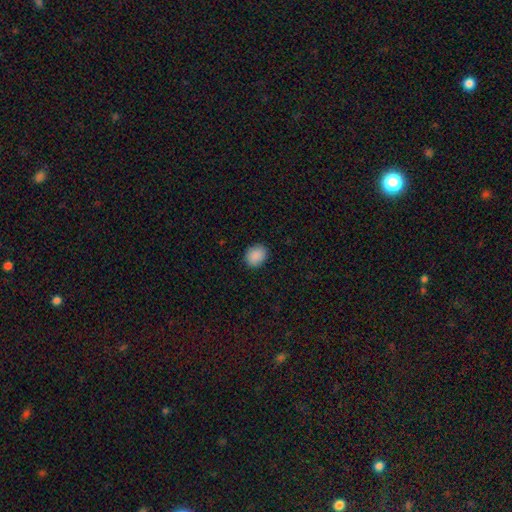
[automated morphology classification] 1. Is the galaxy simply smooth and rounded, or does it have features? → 89% smooth, 8% star or artifact, 3% featured or disk.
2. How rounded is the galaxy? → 58% round, 41% in between, 1% cigar-shaped.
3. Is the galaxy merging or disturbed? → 88% none, 9% minor disturbance, 2% major disturbance, 1% merger.